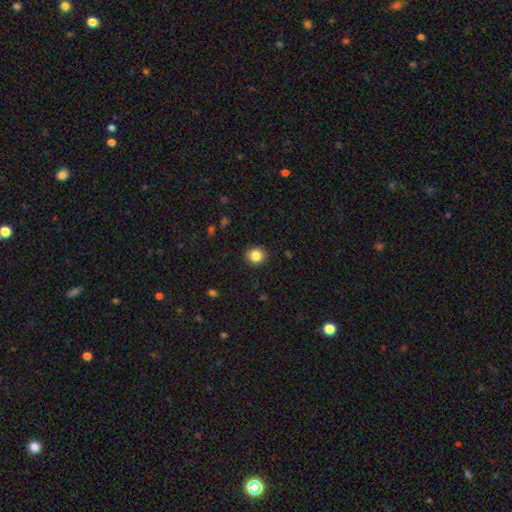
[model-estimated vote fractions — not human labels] Smooth or featured: smooth — 84% (star or artifact — 10%)
How rounded: round — 88% (in between — 11%)
Merging: none — 92% (minor disturbance — 6%)